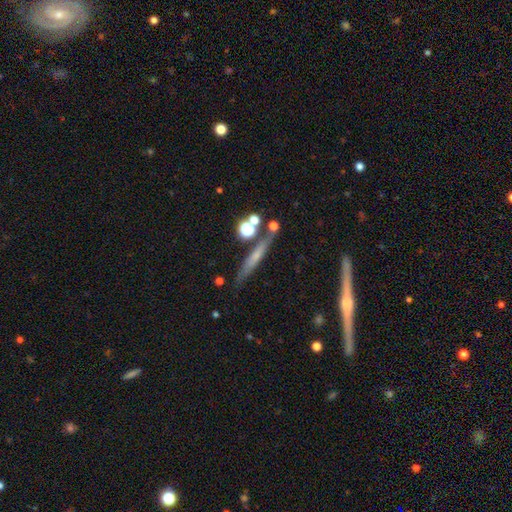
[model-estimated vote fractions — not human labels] Q: Smooth or featured?
A: featured or disk (45%); runner-up: smooth (42%)
Q: Merging?
A: none (74%); runner-up: minor disturbance (13%)